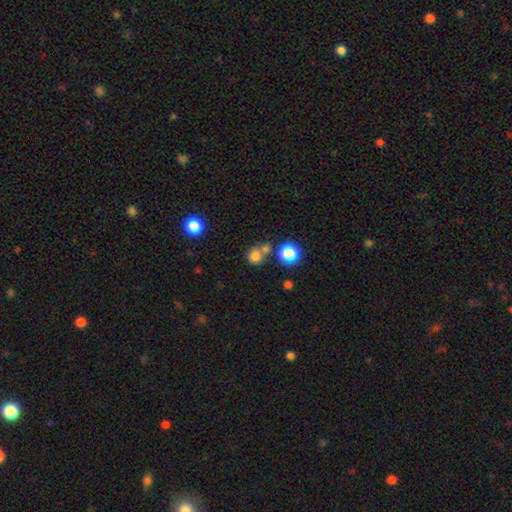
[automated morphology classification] Q: Smooth or featured?
A: smooth (77%); runner-up: star or artifact (16%)
Q: How rounded?
A: round (82%); runner-up: in between (17%)
Q: Merging?
A: none (53%); runner-up: merger (32%)